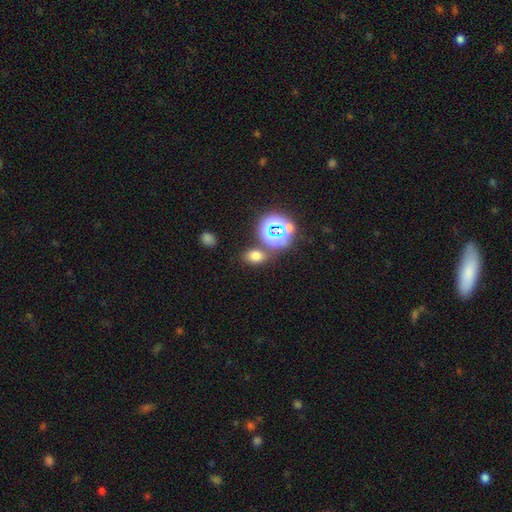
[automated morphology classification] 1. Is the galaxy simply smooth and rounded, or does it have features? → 66% smooth, 26% star or artifact, 8% featured or disk.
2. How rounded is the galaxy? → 65% in between, 34% round, 1% cigar-shaped.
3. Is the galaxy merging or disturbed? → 74% none, 11% minor disturbance, 11% merger, 4% major disturbance.